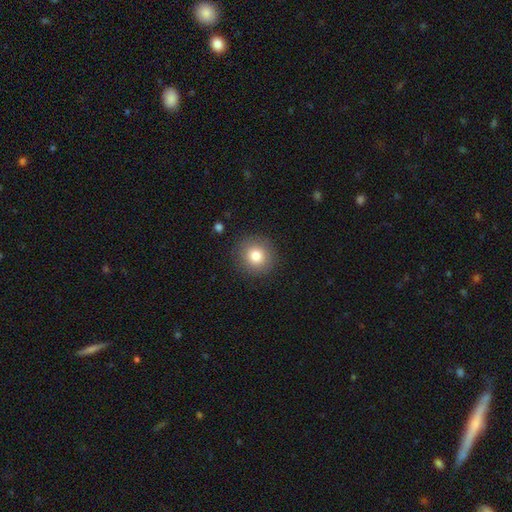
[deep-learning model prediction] This appears to be a smooth galaxy with no disk features (80%) that is round (92%). Merging: none (89%).